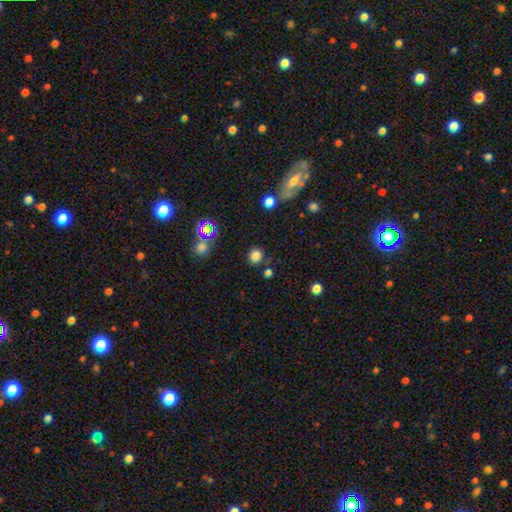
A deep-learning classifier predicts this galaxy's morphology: smooth-or-featured: smooth: 80% | star or artifact: 15% | featured or disk: 5%
  how-rounded: round: 88% | in between: 11% | cigar-shaped: 1%
  merging: none: 82% | minor disturbance: 10% | merger: 5% | major disturbance: 3%